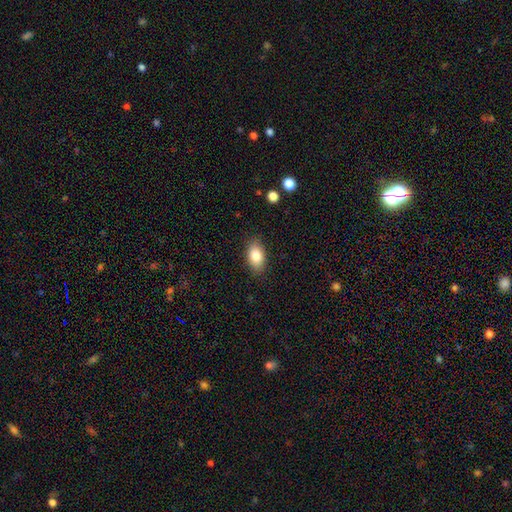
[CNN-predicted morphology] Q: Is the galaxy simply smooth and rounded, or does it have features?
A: smooth — 84%.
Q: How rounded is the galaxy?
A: in between — 91%.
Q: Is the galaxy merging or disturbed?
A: none — 86%.